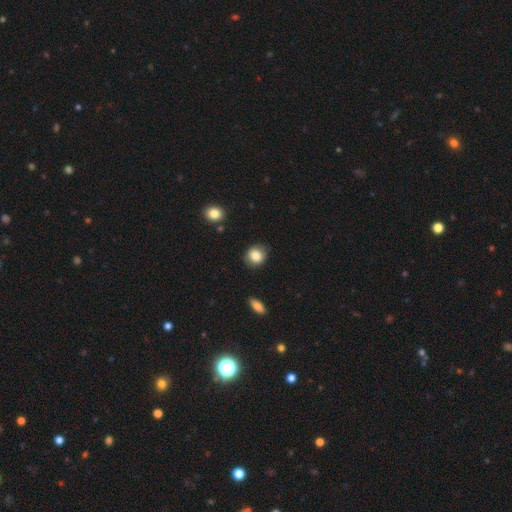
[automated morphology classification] Smooth or featured? Predicted: smooth (p=0.84). How rounded? Predicted: round (p=0.74). Merging? Predicted: none (p=0.83).